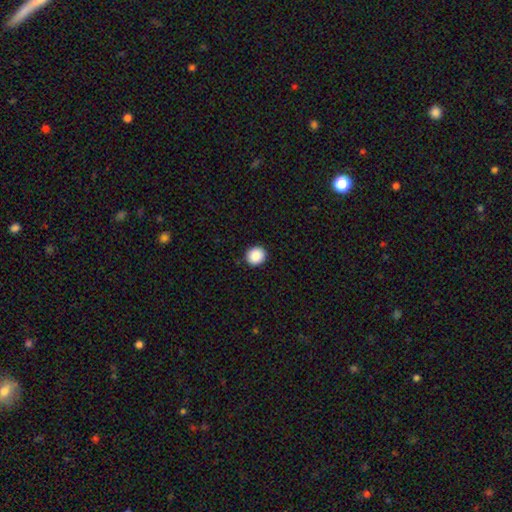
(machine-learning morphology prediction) A smooth galaxy with no disk features (88%) that is round (88%).

Vote fractions:
- Smooth or featured? smooth: 88% / star or artifact: 9% / featured or disk: 3%
- How rounded? round: 88% / in between: 11% / cigar-shaped: 1%
- Merging? none: 92% / minor disturbance: 5% / major disturbance: 2% / merger: 1%